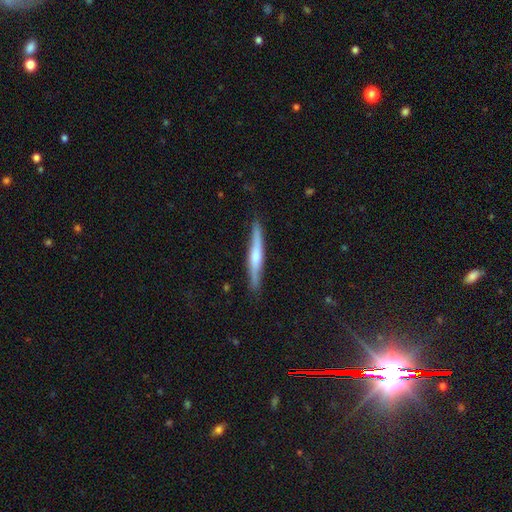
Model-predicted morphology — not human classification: This appears to be a featured or disk galaxy (57%) viewed edge-on (95%) with a rounded central bulge (65%). Merging: none (86%).